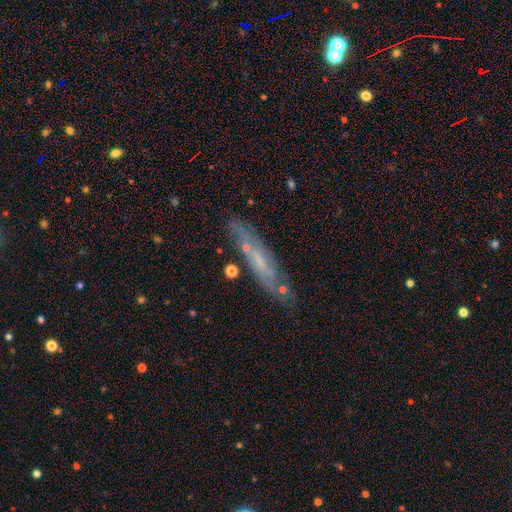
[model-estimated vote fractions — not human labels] featured or disk 53%, smooth 33%, star or artifact 14%. Down the decision tree: edge-on disk — yes (61%); merging — none (77%).